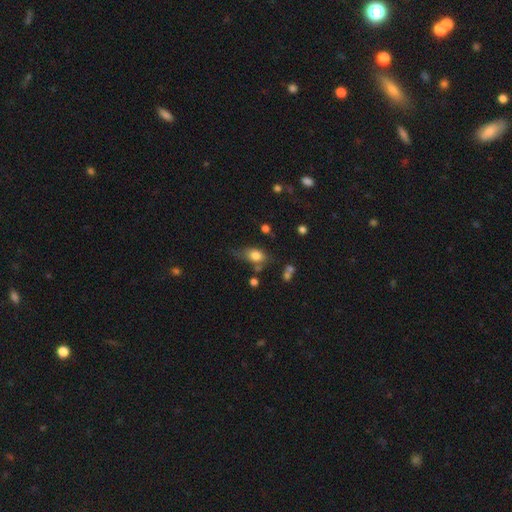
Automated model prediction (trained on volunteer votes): Morphology: type=smooth (79%); roundness=in between (78%); merging=none (43%).